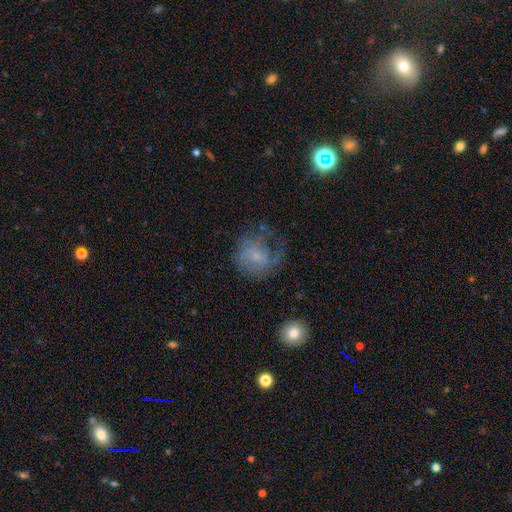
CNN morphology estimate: Smooth or featured? Predicted: smooth (p=0.49). Merging? Predicted: none (p=0.39).